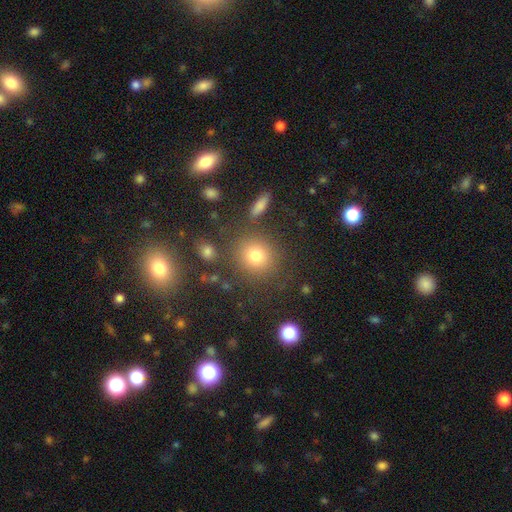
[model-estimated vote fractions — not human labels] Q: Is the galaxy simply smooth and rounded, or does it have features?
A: smooth — 76%.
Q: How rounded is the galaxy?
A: round — 85%.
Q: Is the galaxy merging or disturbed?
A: none — 81%.